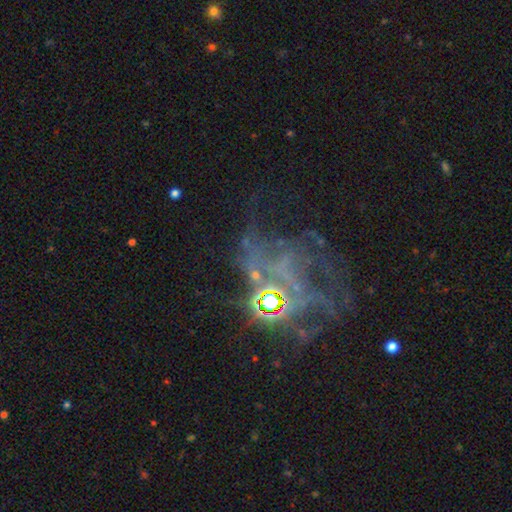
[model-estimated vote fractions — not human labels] This appears to be a featured or disk galaxy (50%). Merging: none (42%).